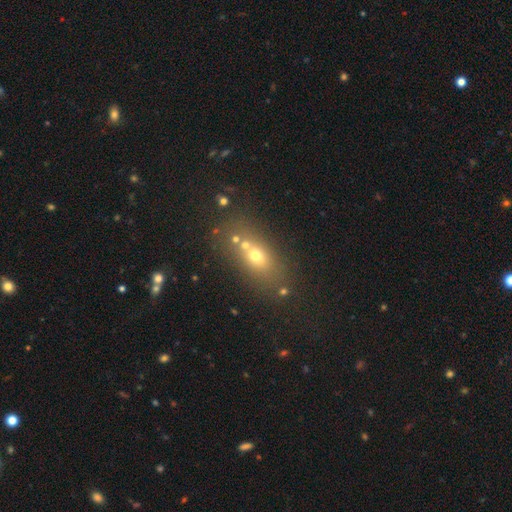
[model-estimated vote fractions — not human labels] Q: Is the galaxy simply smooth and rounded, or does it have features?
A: smooth — 59%.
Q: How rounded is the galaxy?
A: in between — 65%.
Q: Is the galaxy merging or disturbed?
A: none — 60%.